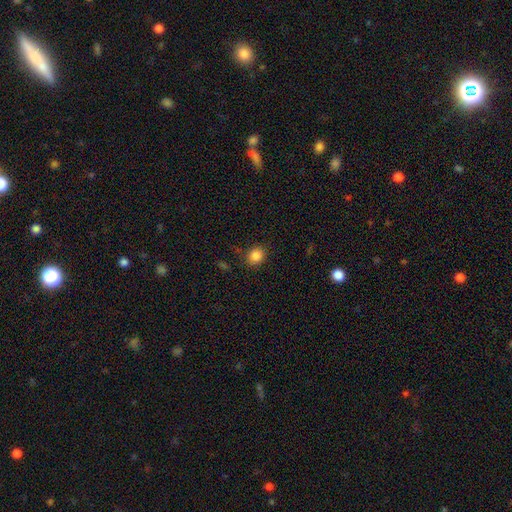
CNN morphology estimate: smooth-or-featured: smooth: 85% | star or artifact: 10% | featured or disk: 4%
  how-rounded: round: 63% | in between: 36% | cigar-shaped: 1%
  merging: none: 83% | minor disturbance: 12% | major disturbance: 3% | merger: 2%